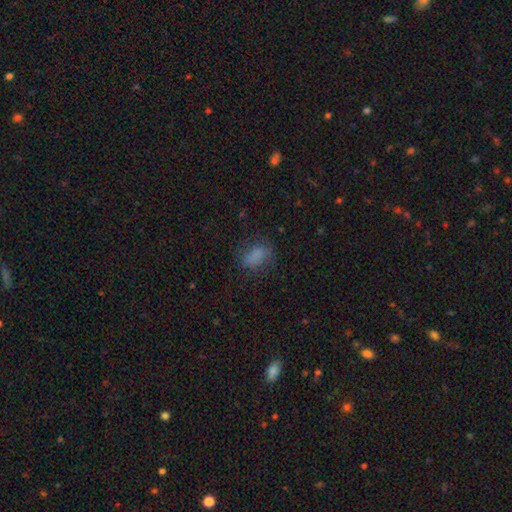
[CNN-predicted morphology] smooth_or_featured: smooth (p=0.76) [alt: star or artifact p=0.13]
how_rounded: in between (p=0.81) [alt: round p=0.16]
merging: none (p=0.65) [alt: minor disturbance p=0.21]